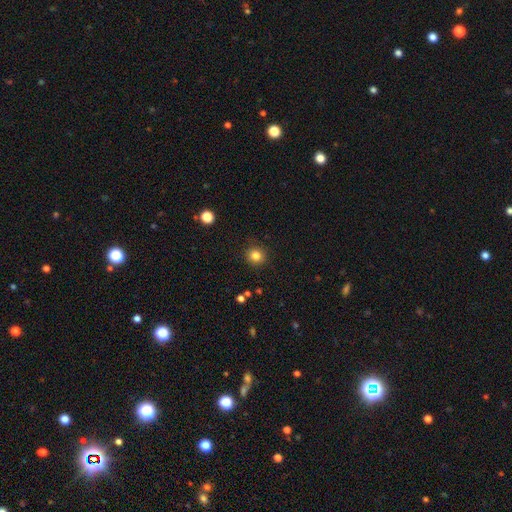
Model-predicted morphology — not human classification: The model was most divided on "smooth or featured": smooth: 83%, star or artifact: 12%, featured or disk: 5%. More confident: how rounded — round (90%); merging — none (90%).